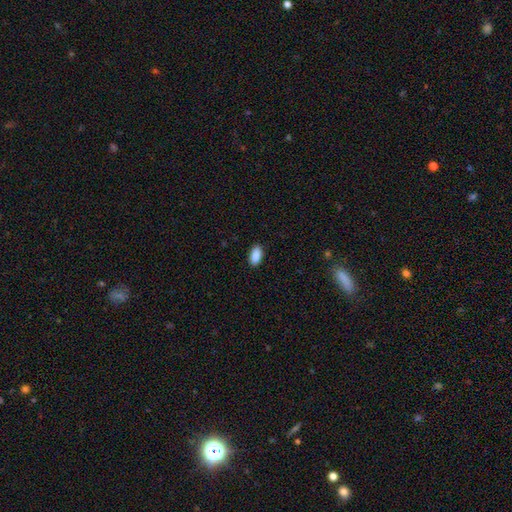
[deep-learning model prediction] The model was most divided on "merging": none: 89%, minor disturbance: 8%, major disturbance: 2%, merger: 1%. More confident: how rounded — in between (92%); smooth or featured — smooth (90%).